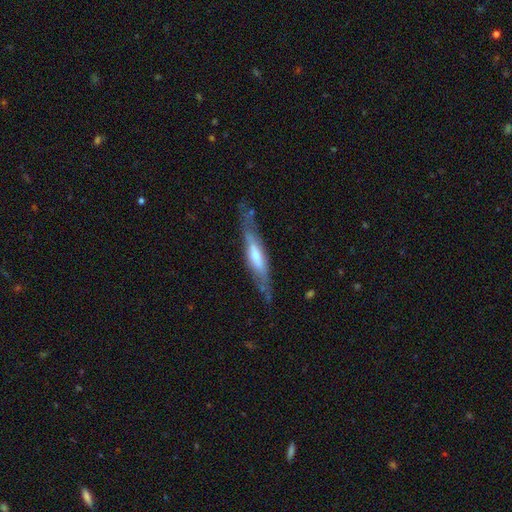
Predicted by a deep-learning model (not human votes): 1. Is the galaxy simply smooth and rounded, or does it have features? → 66% featured or disk, 27% smooth, 6% star or artifact.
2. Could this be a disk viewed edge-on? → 79% yes, 21% no.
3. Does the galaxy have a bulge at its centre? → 51% rounded, 25% none, 24% boxy.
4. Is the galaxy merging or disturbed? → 71% none, 20% minor disturbance, 7% major disturbance, 2% merger.